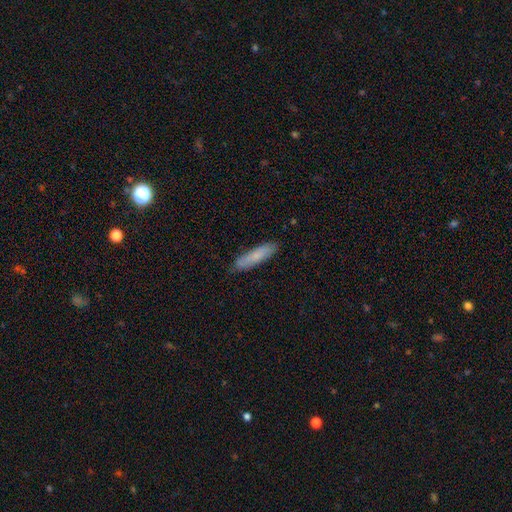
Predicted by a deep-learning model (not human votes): Morphology: type=smooth (78%); roundness=cigar-shaped (78%); merging=none (85%).